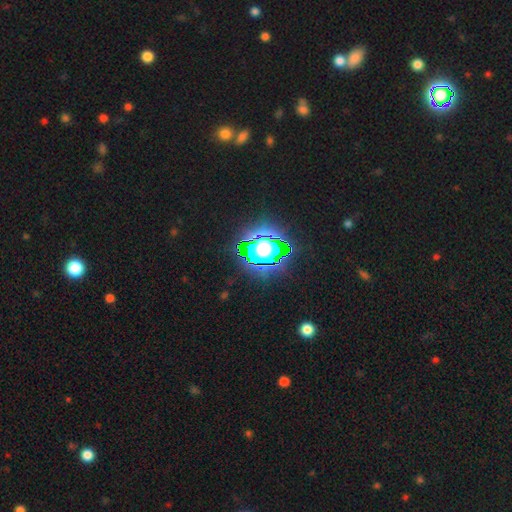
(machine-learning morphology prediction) Q: Smooth or featured?
A: star or artifact (61%); runner-up: smooth (24%)